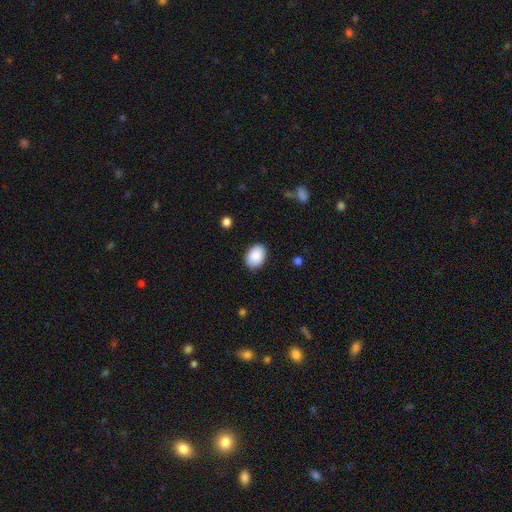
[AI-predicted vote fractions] A smooth galaxy with no disk features (89%) that is in between round and cigar-shaped (82%). Merging: none (88%).